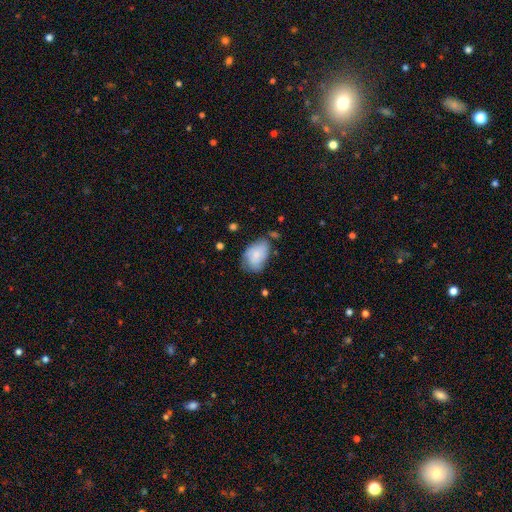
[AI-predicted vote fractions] The model was most divided on "merging": none: 50%, minor disturbance: 35%, major disturbance: 11%, merger: 4%. More confident: how rounded — in between (87%); smooth or featured — smooth (72%).